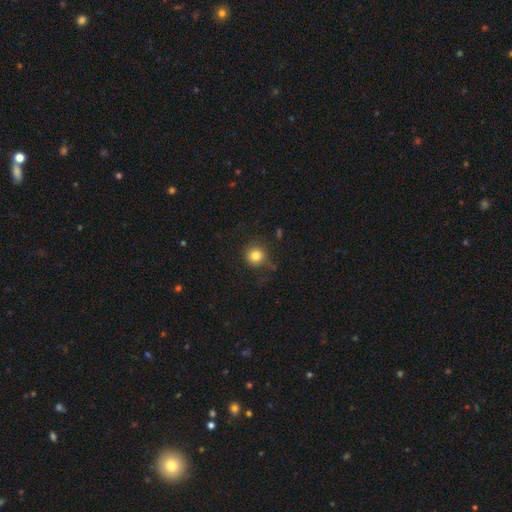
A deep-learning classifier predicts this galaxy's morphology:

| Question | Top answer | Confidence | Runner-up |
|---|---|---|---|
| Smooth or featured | smooth | 81% | star or artifact (12%) |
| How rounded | round | 94% | in between (5%) |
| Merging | none | 80% | minor disturbance (13%) |